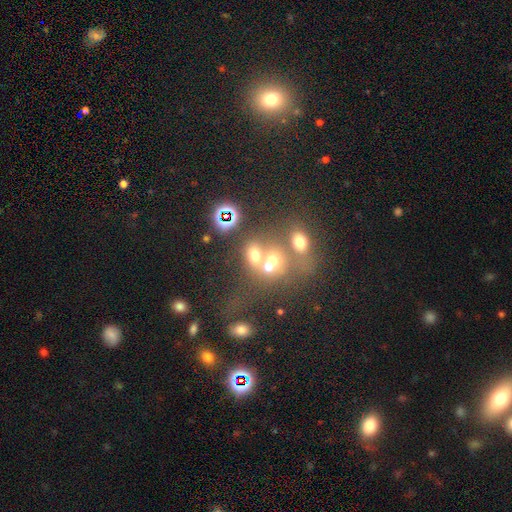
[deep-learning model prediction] Q: Smooth or featured?
A: smooth (54%); runner-up: star or artifact (24%)
Q: How rounded?
A: round (57%); runner-up: in between (41%)
Q: Merging?
A: merger (50%); runner-up: none (32%)